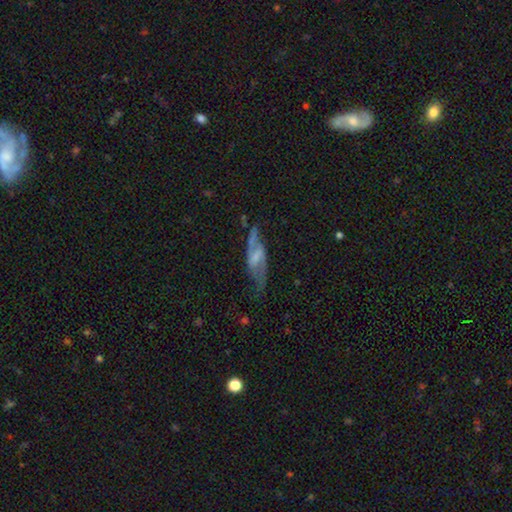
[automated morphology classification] Smooth or featured: featured or disk — 76% (smooth — 17%)
Edge-on disk: no — 85% (yes — 15%)
Bar: weak — 42% (strong — 40%)
Spiral arms: yes — 87% (no — 13%)
Spiral winding: loose — 52% (medium — 35%)
Spiral arm count: 2 — 86% (can't tell — 7%)
Bulge size: small — 38% (none — 31%)
Merging: none — 60% (minor disturbance — 22%)